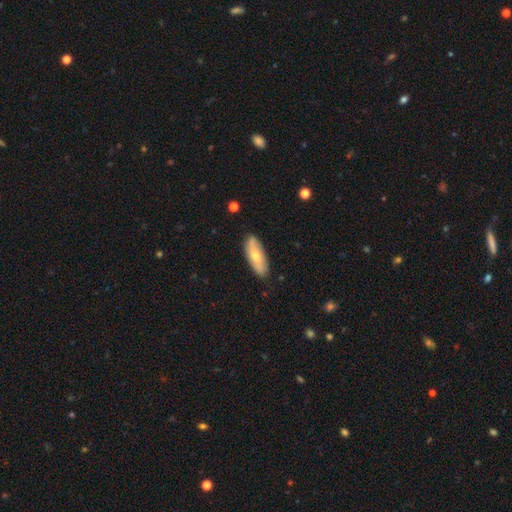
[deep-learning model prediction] Overall: smooth (59%; featured or disk 35%). How rounded: in between (65%; cigar-shaped 33%). Merging: none (82%).